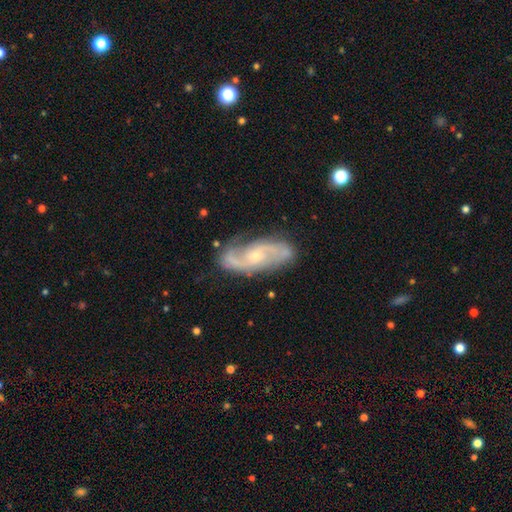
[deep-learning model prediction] smooth_or_featured: featured or disk (p=0.85) [alt: smooth p=0.09]
disk_edge_on: no (p=0.94) [alt: yes p=0.06]
bar: no (p=0.59) [alt: weak p=0.35]
has_spiral_arms: yes (p=0.96) [alt: no p=0.04]
spiral_winding: medium (p=0.50) [alt: loose p=0.27]
spiral_arm_count: 2 (p=0.84) [alt: can't tell p=0.07]
bulge_size: small (p=0.64) [alt: moderate p=0.32]
merging: none (p=0.75) [alt: minor disturbance p=0.18]